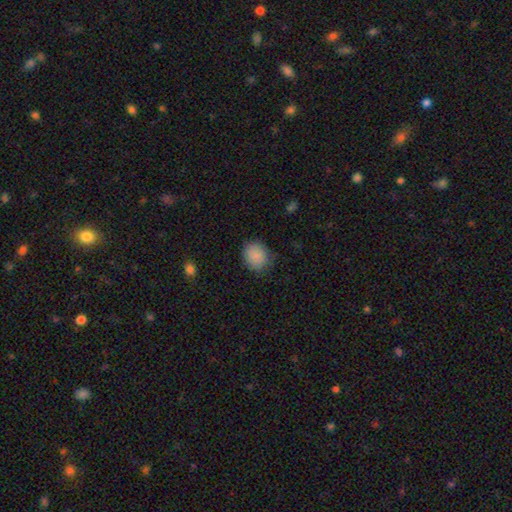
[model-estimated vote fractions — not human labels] This is clearly a smooth galaxy (87%). How rounded: likely round (65%). Merging: likely none (79%).